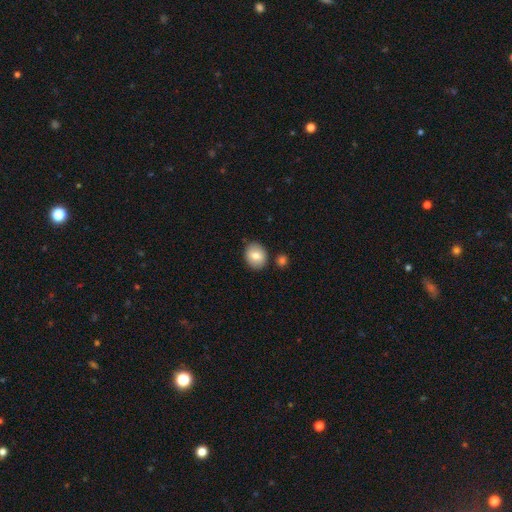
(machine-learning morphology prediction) Smooth or featured? Predicted: smooth (p=0.79). How rounded? Predicted: round (p=0.54). Merging? Predicted: none (p=0.82).